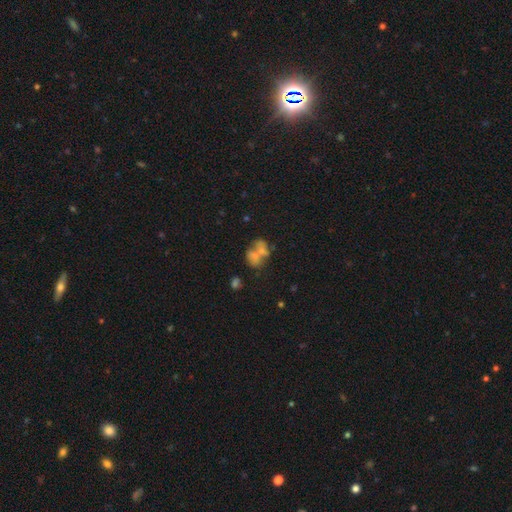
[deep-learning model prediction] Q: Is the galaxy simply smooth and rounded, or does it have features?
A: smooth — 56%.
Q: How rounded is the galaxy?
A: in between — 64%.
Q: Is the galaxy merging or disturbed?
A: merger — 58%.